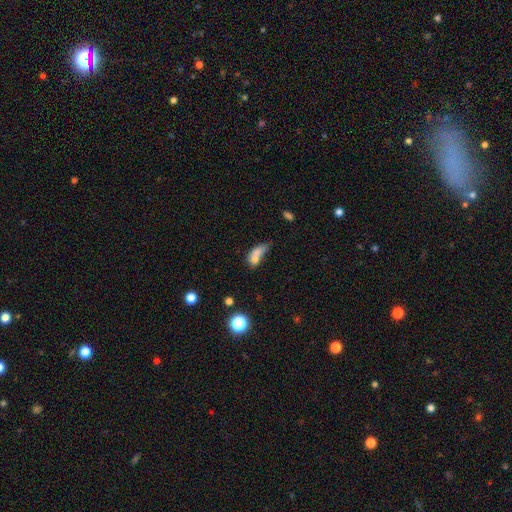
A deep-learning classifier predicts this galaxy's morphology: smooth-or-featured: smooth: 67% | featured or disk: 20% | star or artifact: 12%
  how-rounded: in between: 69% | round: 16% | cigar-shaped: 15%
  merging: merger: 43% | major disturbance: 21% | none: 20% | minor disturbance: 16%